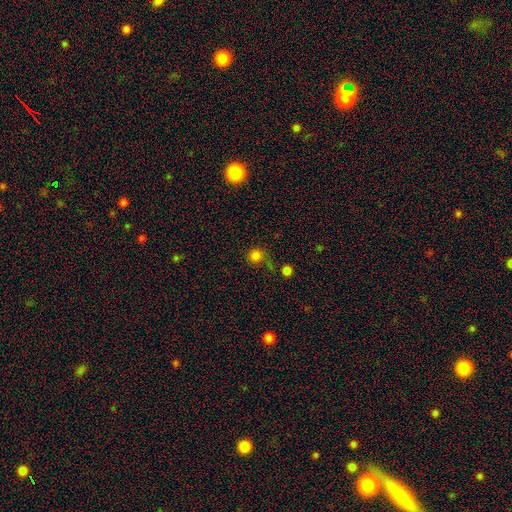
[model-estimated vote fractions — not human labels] A smooth galaxy with no disk features (79%) that is round (92%). Merging: none (66%).